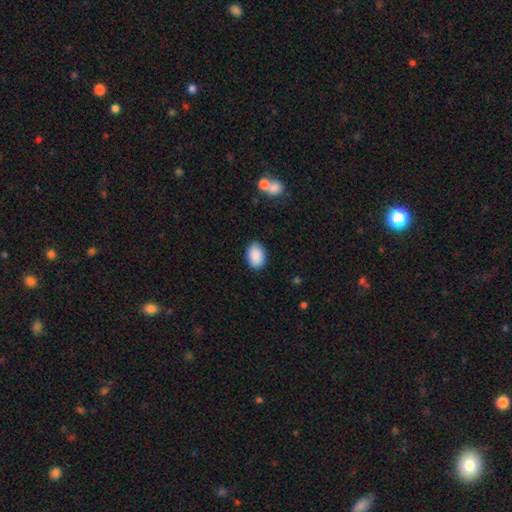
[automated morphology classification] smooth 90%, star or artifact 7%, featured or disk 3%. Down the decision tree: how rounded — in between (84%); merging — none (87%).